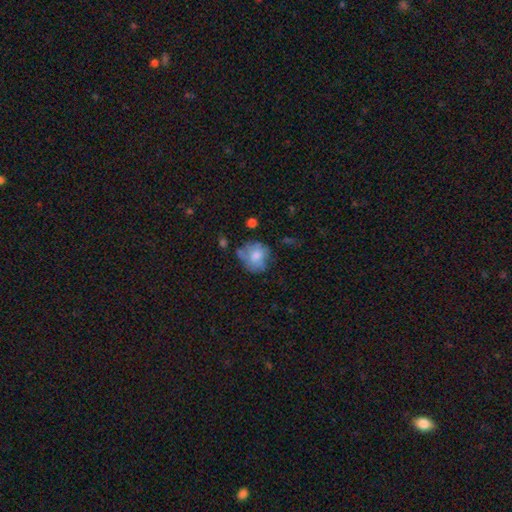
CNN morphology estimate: smooth-or-featured: smooth: 65% | featured or disk: 26% | star or artifact: 9%
  how-rounded: round: 72% | in between: 27% | cigar-shaped: 1%
  merging: none: 50% | minor disturbance: 29% | major disturbance: 15% | merger: 7%